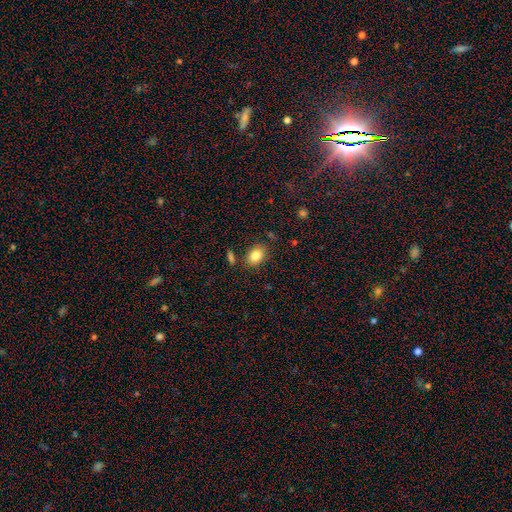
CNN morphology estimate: type=smooth (83%); roundness=in between (80%); merging=none (81%).